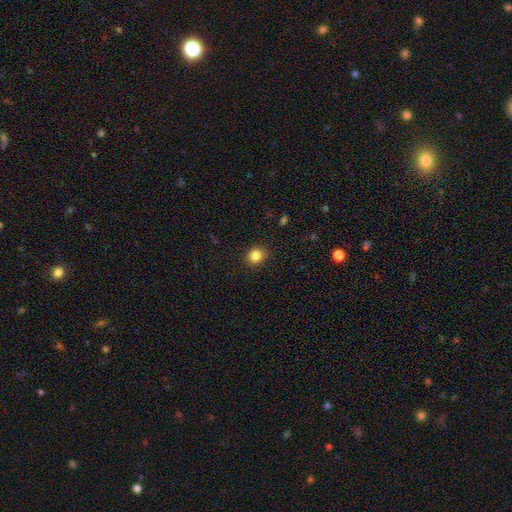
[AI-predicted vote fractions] Smooth or featured: smooth — 84% (star or artifact — 11%)
How rounded: round — 74% (in between — 25%)
Merging: none — 91% (minor disturbance — 7%)